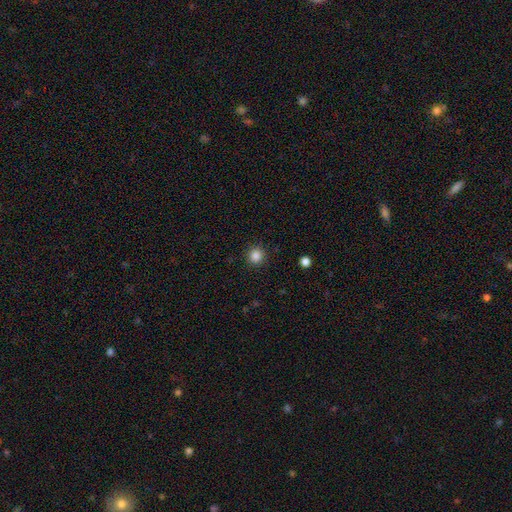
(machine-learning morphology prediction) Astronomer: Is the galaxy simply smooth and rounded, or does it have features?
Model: smooth — 85%.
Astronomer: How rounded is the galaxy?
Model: round — 93%.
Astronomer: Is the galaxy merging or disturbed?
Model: none — 91%.